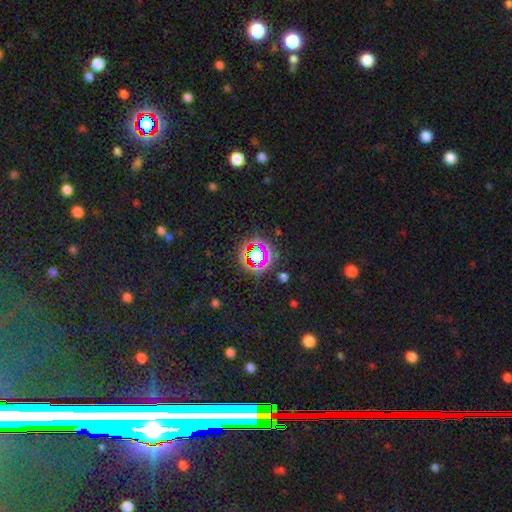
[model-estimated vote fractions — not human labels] Overall: star or artifact (63%; smooth 24%).